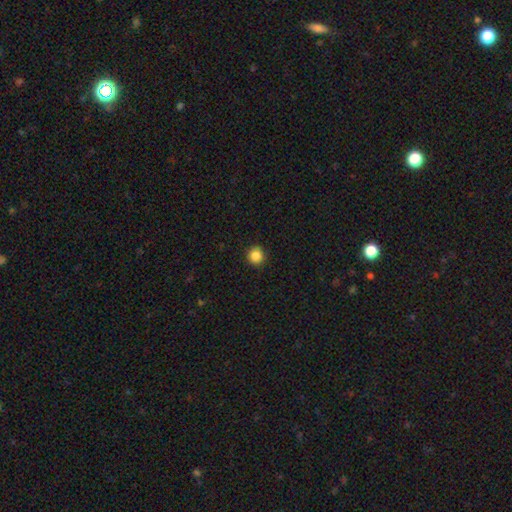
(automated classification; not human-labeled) smooth 86%, star or artifact 10%, featured or disk 3%. Down the decision tree: how rounded — round (94%); merging — none (92%).